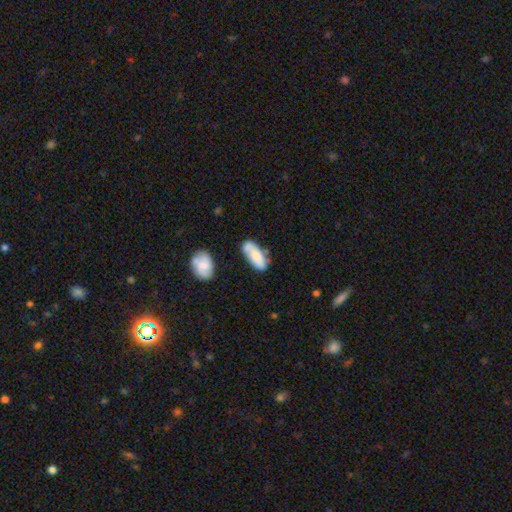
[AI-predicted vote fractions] Smooth or featured? smooth (72%)
How rounded? in between (80%)
Merging? none (55%)